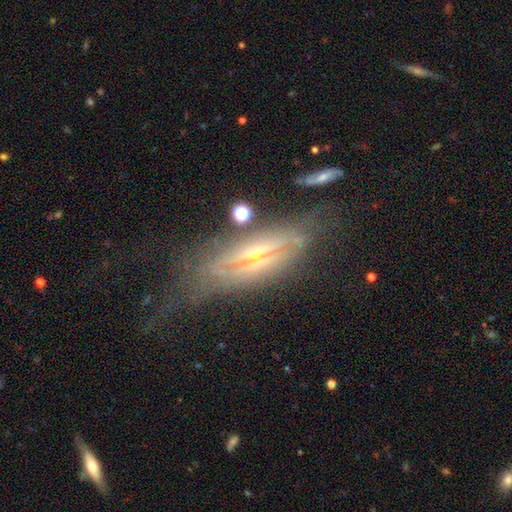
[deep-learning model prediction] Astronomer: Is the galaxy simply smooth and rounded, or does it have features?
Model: featured or disk — 76%.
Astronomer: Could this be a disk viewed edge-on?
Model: yes — 72%.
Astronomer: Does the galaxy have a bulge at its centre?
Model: rounded — 75%.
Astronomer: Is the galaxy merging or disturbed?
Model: none — 53%.